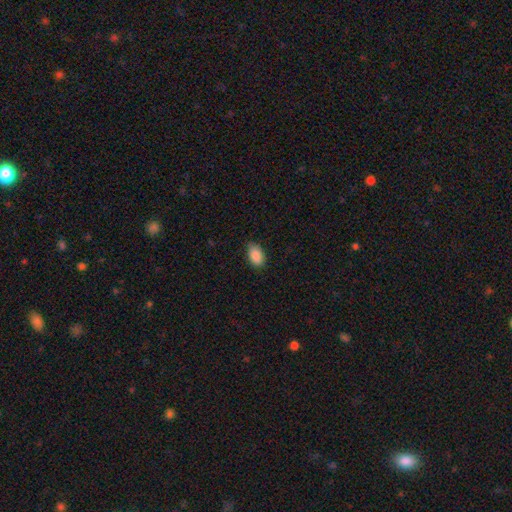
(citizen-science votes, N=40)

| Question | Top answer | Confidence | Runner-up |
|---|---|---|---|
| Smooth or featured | smooth | 88% | star or artifact (10%) |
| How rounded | in between | 97% | round (3%) |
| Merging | none | 75% | minor disturbance (22%) |